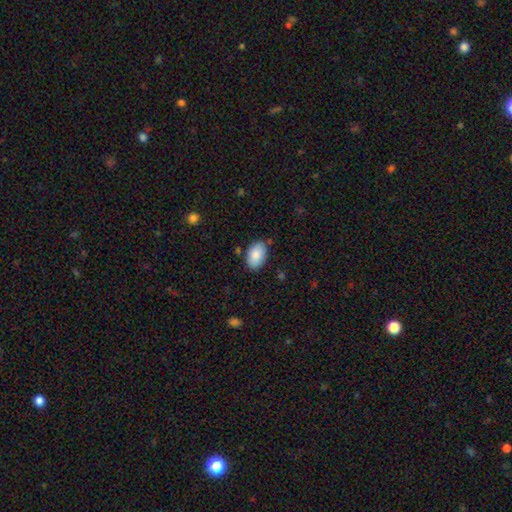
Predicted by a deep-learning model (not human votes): Smooth or featured: smooth — 87% (featured or disk — 6%)
How rounded: in between — 93% (round — 6%)
Merging: none — 82% (minor disturbance — 13%)